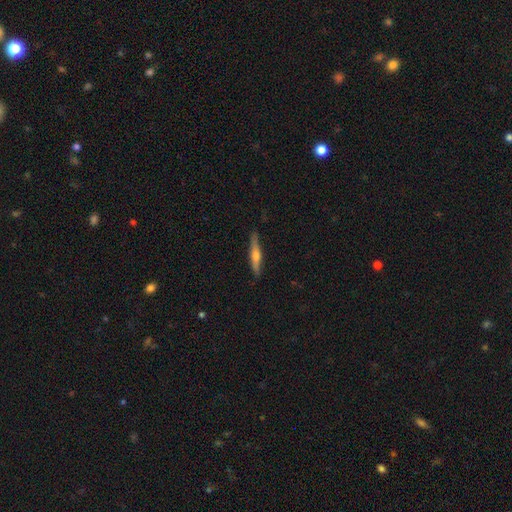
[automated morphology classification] Smooth or featured? Predicted: featured or disk (p=0.63). Edge-on disk? Predicted: yes (p=0.97). Edge-on bulge? Predicted: rounded (p=0.86). Merging? Predicted: none (p=0.88).